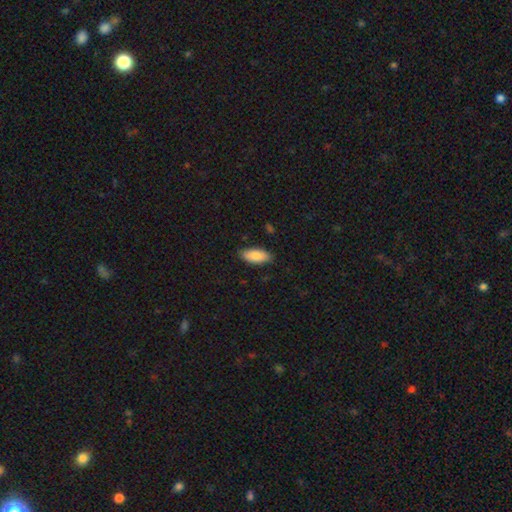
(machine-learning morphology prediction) A smooth galaxy with no disk features (83%) that is in between round and cigar-shaped (88%). Merging: none (84%).